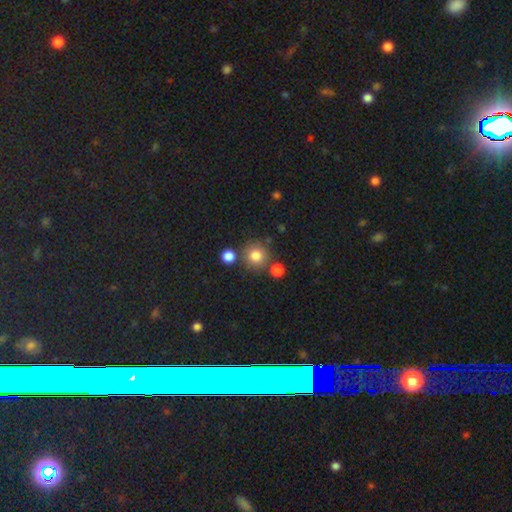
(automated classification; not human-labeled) Q: Smooth or featured?
A: smooth (80%); runner-up: star or artifact (13%)
Q: How rounded?
A: round (92%); runner-up: in between (7%)
Q: Merging?
A: none (77%); runner-up: merger (11%)